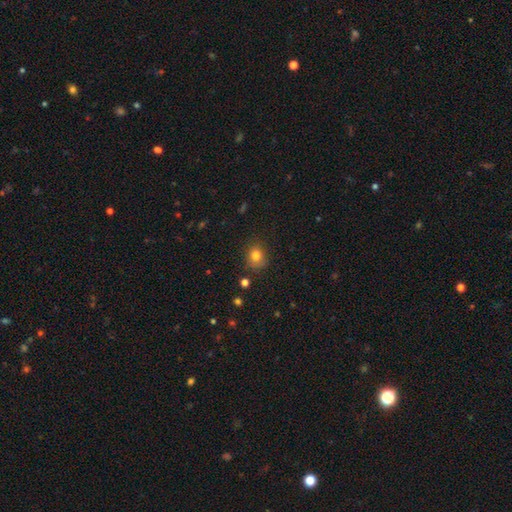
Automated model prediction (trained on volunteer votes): Overall: smooth (81%). How rounded: round (67%; in between 32%). Merging: none (77%).